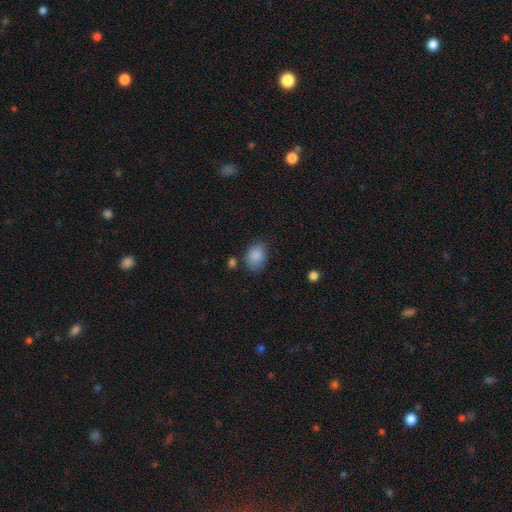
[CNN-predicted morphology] smooth 87%, star or artifact 8%, featured or disk 5%. Down the decision tree: how rounded — in between (65%); merging — none (72%).